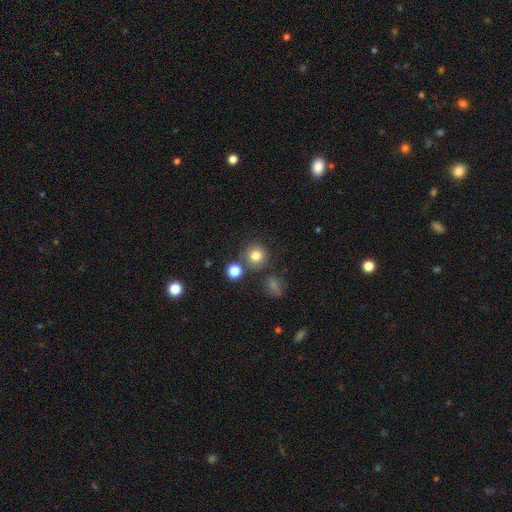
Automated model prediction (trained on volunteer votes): Smooth or featured? smooth (79%)
How rounded? round (91%)
Merging? none (76%)